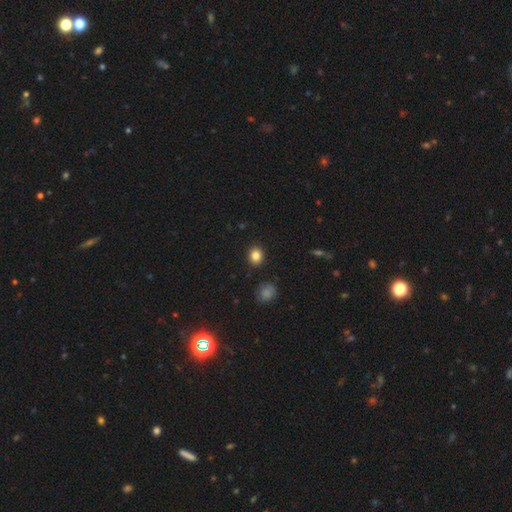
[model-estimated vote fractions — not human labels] Smooth or featured?
  - smooth: 84% *
  - star or artifact: 11%
  - featured or disk: 5%
How rounded?
  - round: 69% *
  - in between: 30%
  - cigar-shaped: 1%
Merging?
  - none: 90% *
  - minor disturbance: 7%
  - major disturbance: 2%
  - merger: 2%